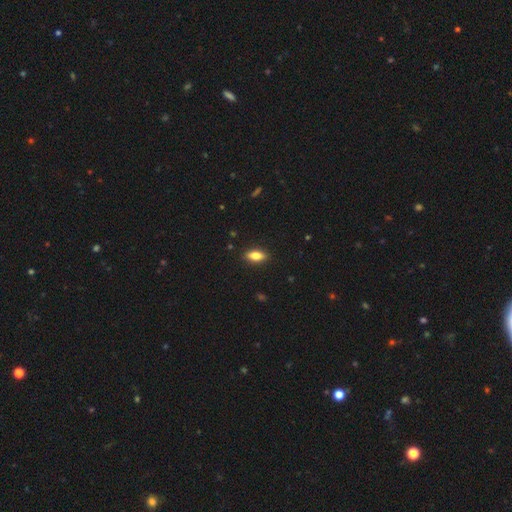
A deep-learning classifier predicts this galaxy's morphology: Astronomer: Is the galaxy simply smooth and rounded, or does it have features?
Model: smooth — 78%.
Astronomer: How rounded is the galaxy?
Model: in between — 82%.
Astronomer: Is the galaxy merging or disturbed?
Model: none — 89%.